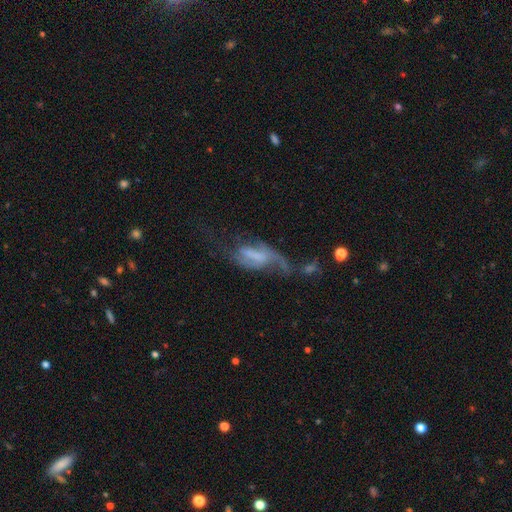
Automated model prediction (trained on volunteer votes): Morphology: type=featured or disk (64%); edge-on=no (89%); bar=weak (39%); spiral arms=yes (71%); bulge=none (51%); merging=major disturbance (46%).